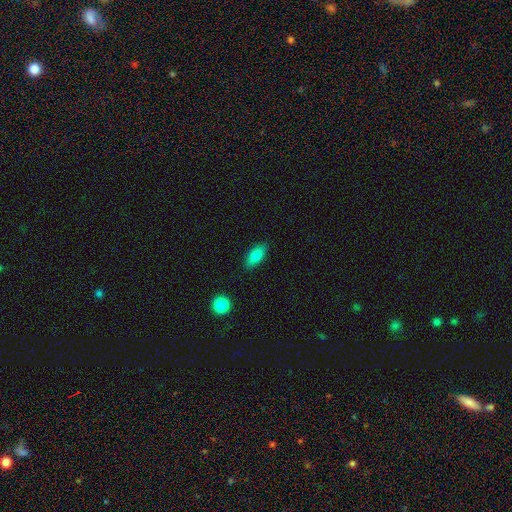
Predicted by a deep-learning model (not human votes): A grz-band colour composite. It shows a smooth galaxy with no disk features (82%) that is in between round and cigar-shaped (83%). Merging: none (84%).